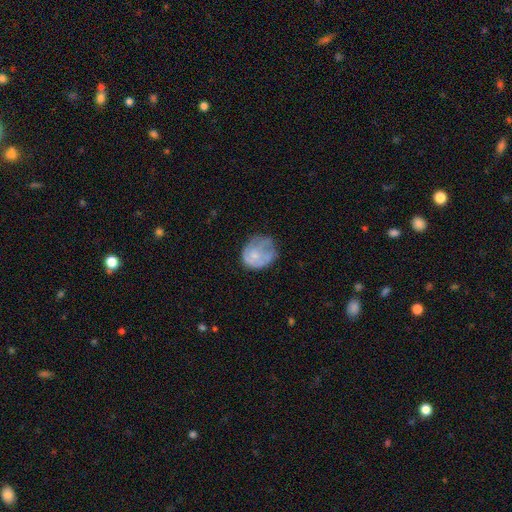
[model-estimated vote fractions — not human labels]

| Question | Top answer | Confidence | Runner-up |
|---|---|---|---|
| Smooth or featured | smooth | 53% | featured or disk (38%) |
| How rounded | round | 72% | in between (28%) |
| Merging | none | 48% | minor disturbance (30%) |